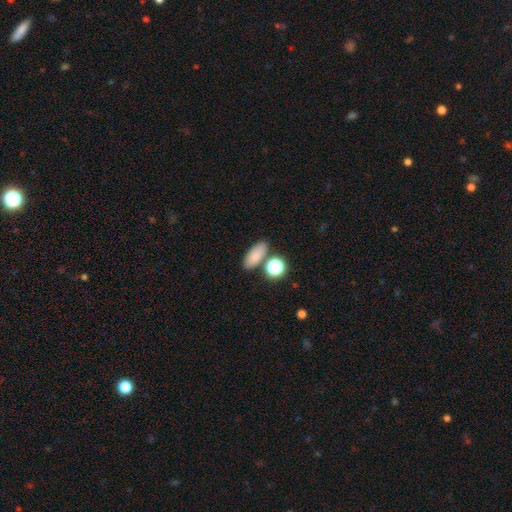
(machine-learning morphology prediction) The model was most divided on "merging": none: 75%, merger: 11%, minor disturbance: 11%, major disturbance: 3%. More confident: smooth or featured — smooth (81%); how rounded — in between (79%).